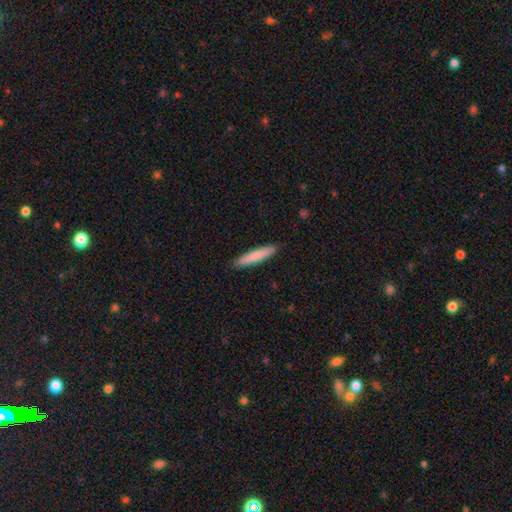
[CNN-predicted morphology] The model was most divided on "smooth or featured": smooth: 82%, featured or disk: 13%, star or artifact: 5%. More confident: how rounded — cigar-shaped (91%); merging — none (91%).